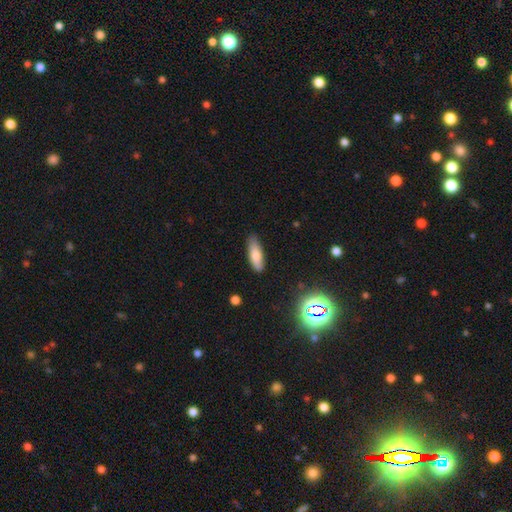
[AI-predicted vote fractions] smooth_or_featured: smooth (p=0.76) [alt: featured or disk p=0.16]
how_rounded: in between (p=0.57) [alt: cigar-shaped p=0.41]
merging: none (p=0.81) [alt: minor disturbance p=0.15]